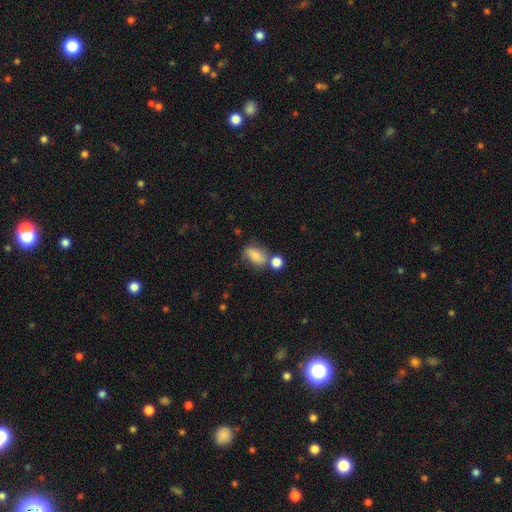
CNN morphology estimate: Overall: smooth (71%). How rounded: in between (81%). Merging: none (53%; merger 23%).